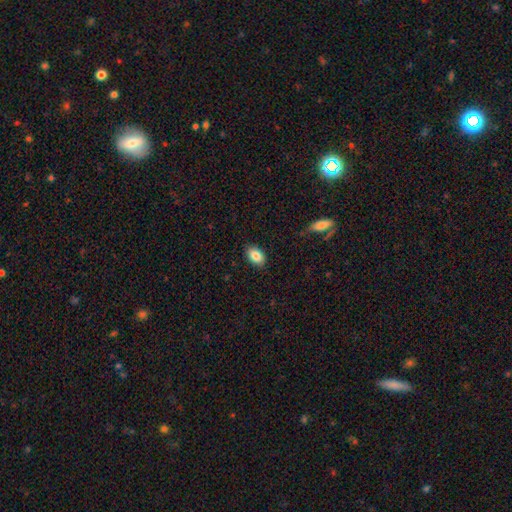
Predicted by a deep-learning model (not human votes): A smooth galaxy with no disk features (86%) that is in between round and cigar-shaped (88%). Merging: none (87%).